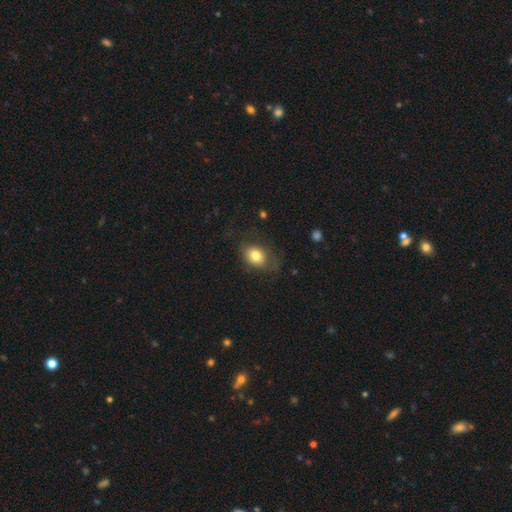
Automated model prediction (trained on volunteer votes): Overall: smooth (78%). How rounded: in between (70%). Merging: none (60%; minor disturbance 23%).